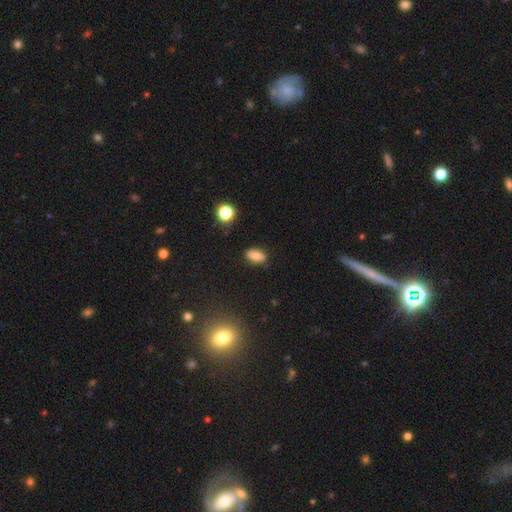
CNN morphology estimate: This appears to be a smooth galaxy with no disk features (74%) that is in between round and cigar-shaped (85%). Merging: none (80%).